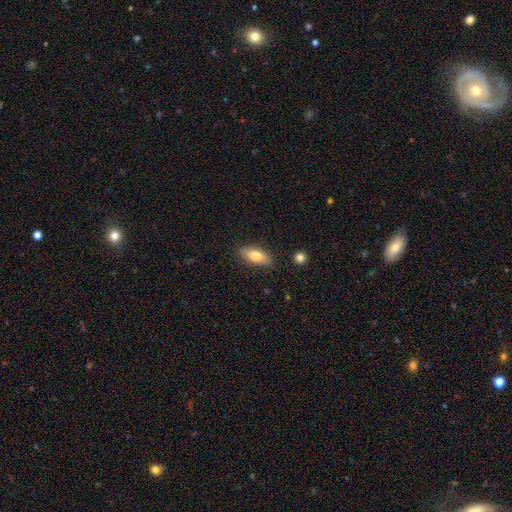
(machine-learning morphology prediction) type=smooth (76%); roundness=in between (80%); merging=none (85%).